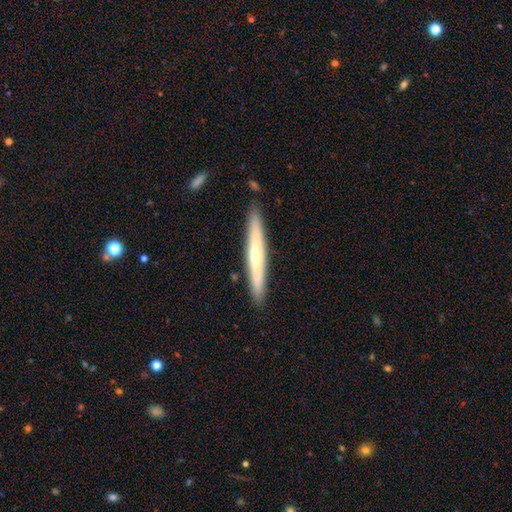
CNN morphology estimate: smooth_or_featured: featured or disk (p=0.52) [alt: smooth p=0.43]
disk_edge_on: yes (p=0.94) [alt: no p=0.06]
merging: none (p=0.90) [alt: minor disturbance p=0.07]